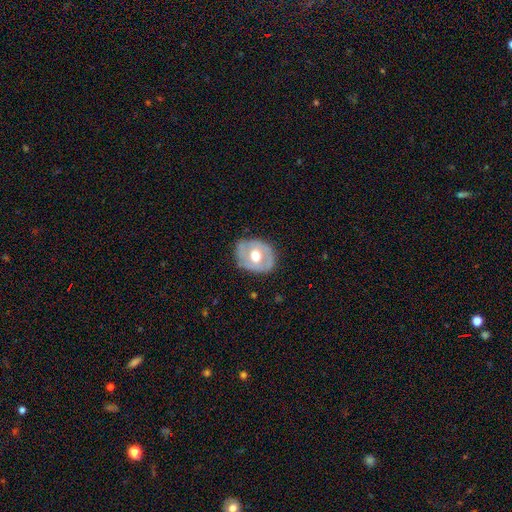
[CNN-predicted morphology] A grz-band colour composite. It shows a featured or disk galaxy (56%) with no bar (81%), no spiral arms (76%) and a moderate central bulge (70%). Merging: none (73%).